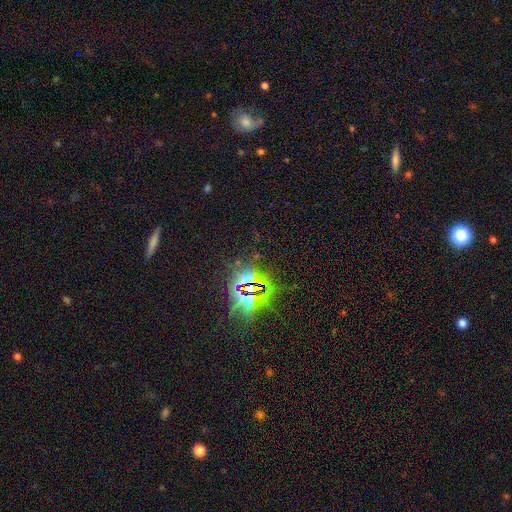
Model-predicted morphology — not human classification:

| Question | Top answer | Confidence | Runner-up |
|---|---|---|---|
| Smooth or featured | star or artifact | 83% | smooth (9%) |